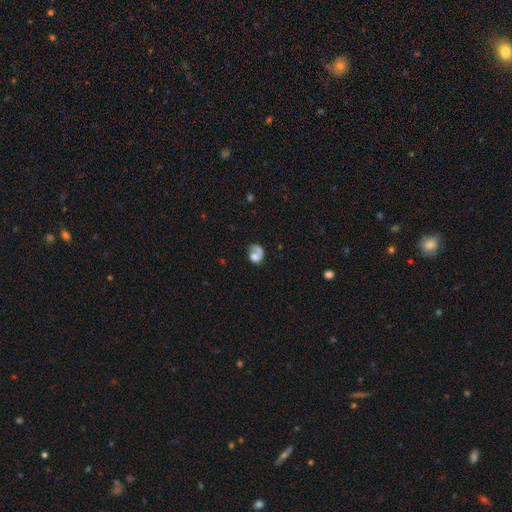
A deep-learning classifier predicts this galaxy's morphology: smooth_or_featured: smooth (p=0.53) [alt: featured or disk p=0.36]
how_rounded: round (p=0.50) [alt: in between p=0.49]
merging: none (p=0.32) [alt: merger p=0.28]